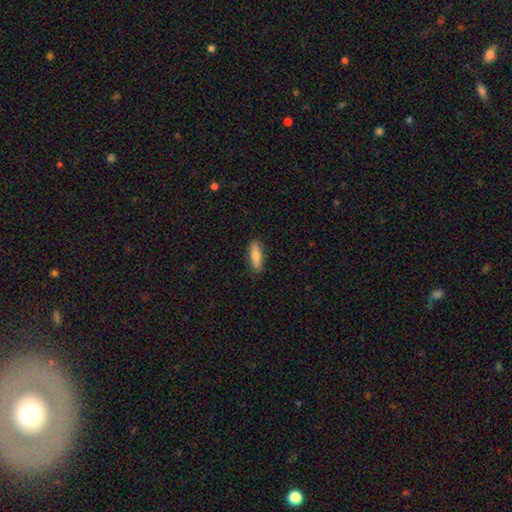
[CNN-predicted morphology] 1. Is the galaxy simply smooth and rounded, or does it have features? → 77% smooth, 17% featured or disk, 6% star or artifact.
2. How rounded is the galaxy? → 50% in between, 48% cigar-shaped, 2% round.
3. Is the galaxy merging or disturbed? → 87% none, 10% minor disturbance, 2% major disturbance, 1% merger.